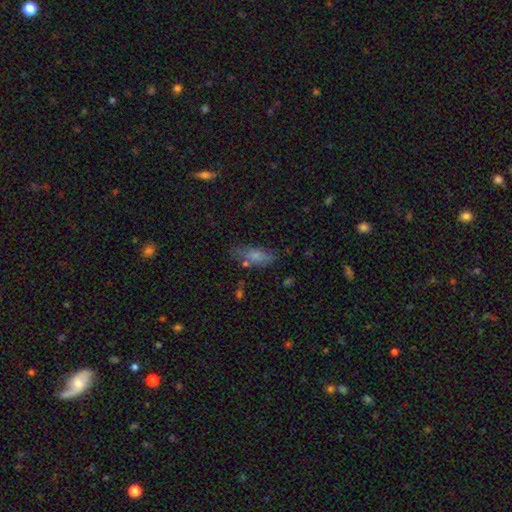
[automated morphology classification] A smooth galaxy with no disk features (72%) that is in between round and cigar-shaped (71%).

Vote fractions:
- Smooth or featured? smooth: 72% / featured or disk: 19% / star or artifact: 10%
- How rounded? in between: 71% / cigar-shaped: 26% / round: 3%
- Merging? none: 64% / minor disturbance: 22% / merger: 8% / major disturbance: 6%